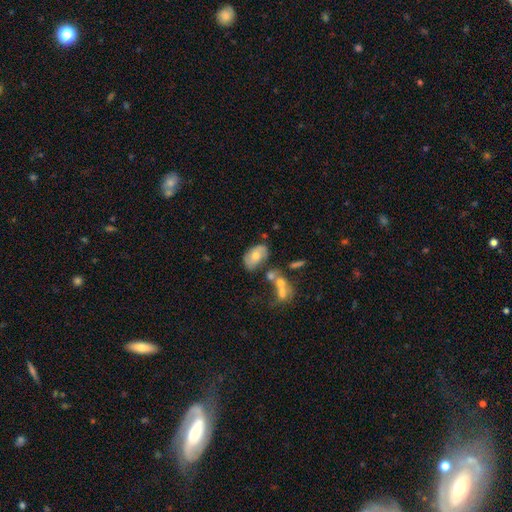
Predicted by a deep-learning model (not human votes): This is possibly a smooth galaxy (55%). How rounded: clearly in between (89%). Merging: possibly none (53%).